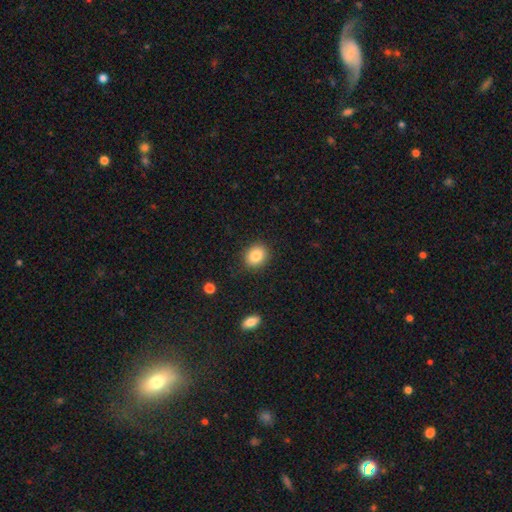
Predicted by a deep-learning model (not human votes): This appears to be a smooth galaxy with no disk features (84%) that is round (65%). Merging: none (89%).